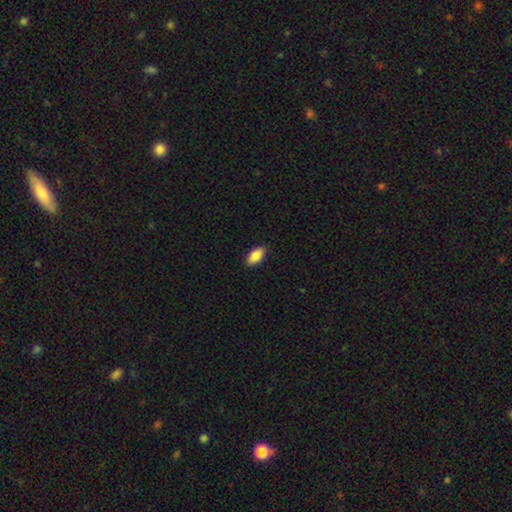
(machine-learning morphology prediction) smooth-or-featured: smooth: 87% | featured or disk: 7% | star or artifact: 7%
  how-rounded: in between: 92% | cigar-shaped: 5% | round: 3%
  merging: none: 88% | minor disturbance: 9% | major disturbance: 2% | merger: 1%